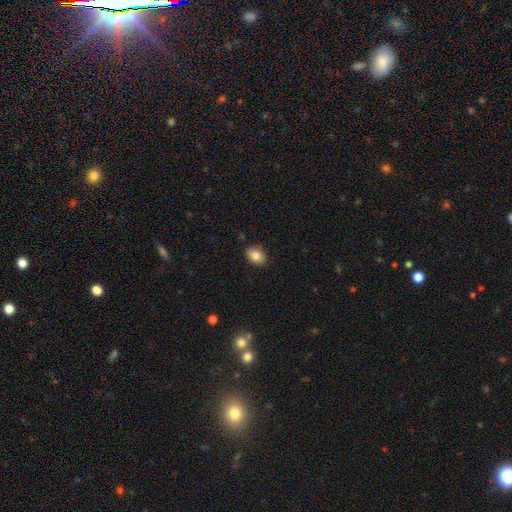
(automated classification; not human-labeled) Smooth or featured? smooth (84%)
How rounded? in between (75%)
Merging? none (87%)